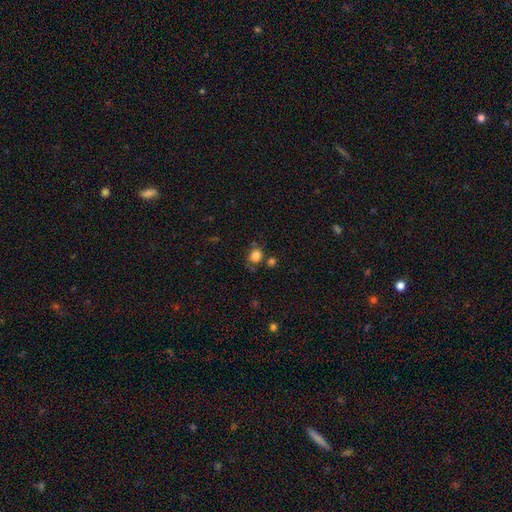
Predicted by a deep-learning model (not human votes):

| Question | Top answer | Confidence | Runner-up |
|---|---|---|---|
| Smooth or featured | smooth | 81% | star or artifact (13%) |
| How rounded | round | 67% | in between (32%) |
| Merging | none | 65% | minor disturbance (18%) |